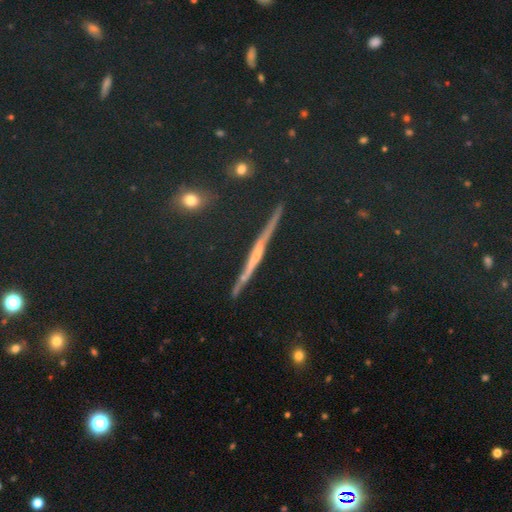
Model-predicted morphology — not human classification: The model was most divided on "smooth or featured": featured or disk: 52%, star or artifact: 26%, smooth: 22%. More confident: edge-on disk — yes (91%); merging — none (83%).